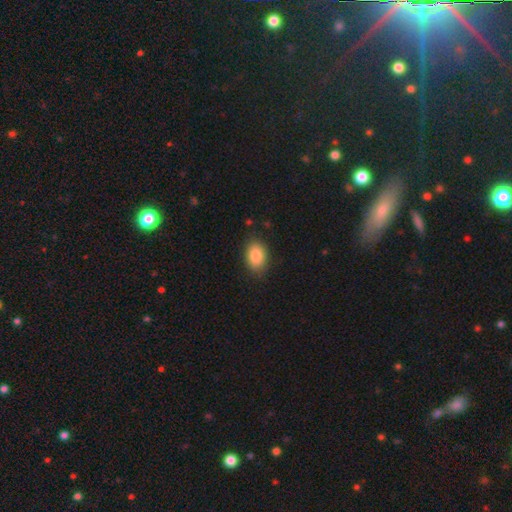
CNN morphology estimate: This is clearly a smooth galaxy (86%). How rounded: clearly in between (84%). Merging: clearly none (83%).